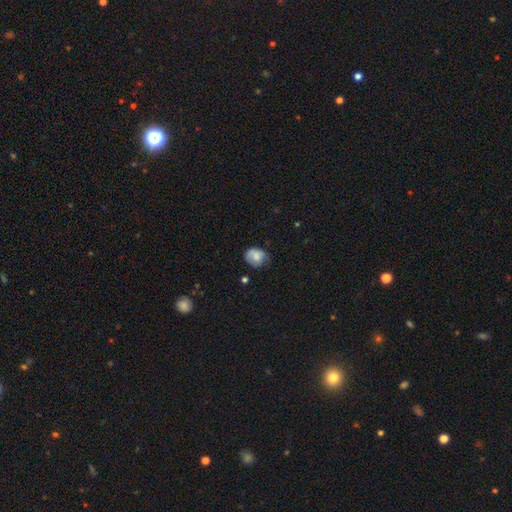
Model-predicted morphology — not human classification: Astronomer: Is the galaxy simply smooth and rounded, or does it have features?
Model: smooth — 71%.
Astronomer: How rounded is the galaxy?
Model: round — 54% (runner-up: in between, 45%).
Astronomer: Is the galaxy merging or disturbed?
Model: none — 51% (runner-up: minor disturbance, 35%).